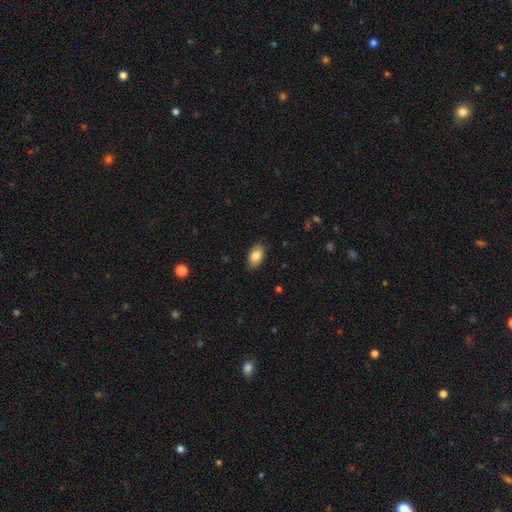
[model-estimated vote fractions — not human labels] Smooth or featured? Predicted: smooth (p=0.83). How rounded? Predicted: in between (p=0.93). Merging? Predicted: none (p=0.85).